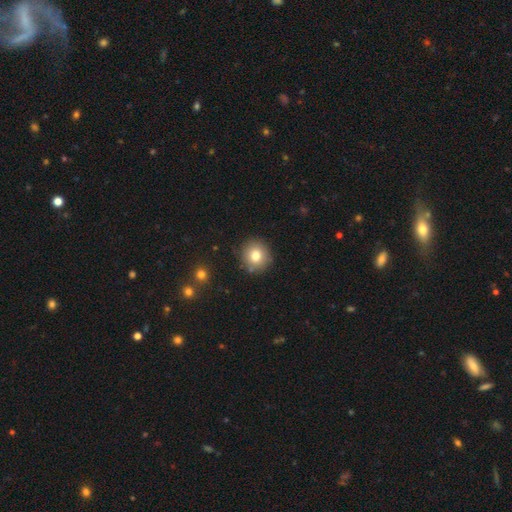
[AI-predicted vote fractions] Overall: smooth (78%). How rounded: round (91%). Merging: none (87%).